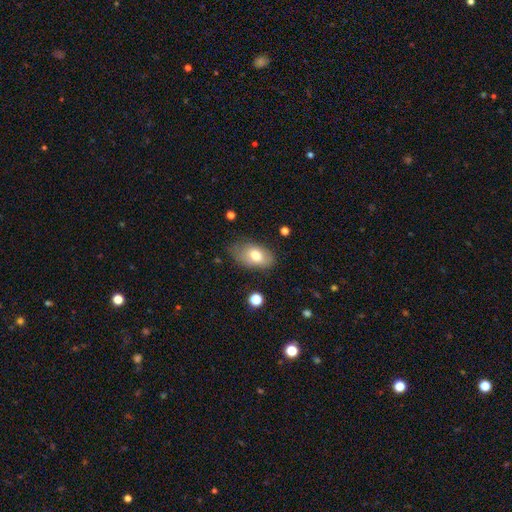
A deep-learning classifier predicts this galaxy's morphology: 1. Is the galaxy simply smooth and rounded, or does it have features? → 74% smooth, 18% featured or disk, 8% star or artifact.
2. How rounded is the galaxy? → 90% in between, 9% round, 2% cigar-shaped.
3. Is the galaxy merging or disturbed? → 59% none, 30% minor disturbance, 9% major disturbance, 2% merger.